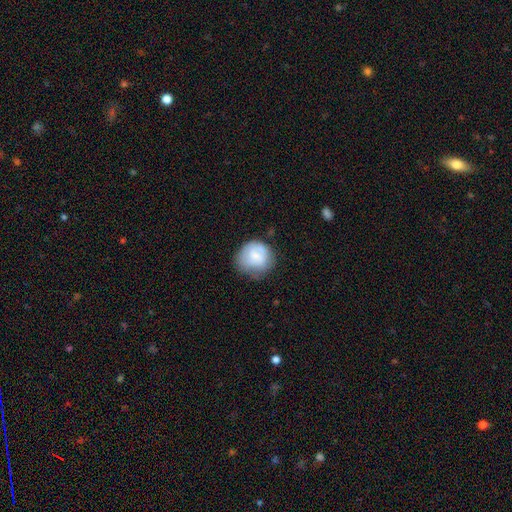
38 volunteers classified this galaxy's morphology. This appears to be a smooth galaxy with no disk features (68%) that is round (88%). Merging: none (50%).